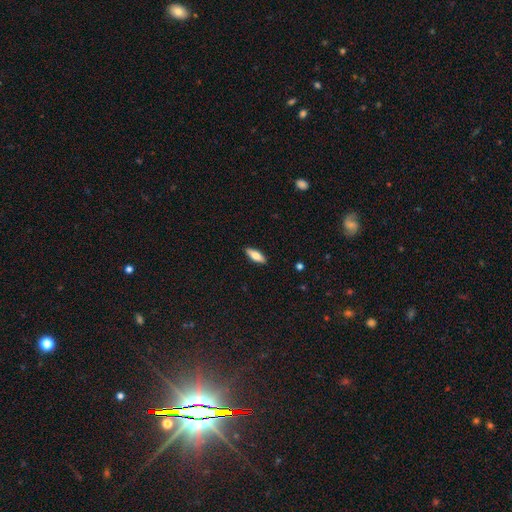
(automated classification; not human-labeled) smooth_or_featured: smooth (p=0.68) [alt: featured or disk p=0.26]
how_rounded: in between (p=0.62) [alt: cigar-shaped p=0.36]
merging: none (p=0.90) [alt: minor disturbance p=0.08]